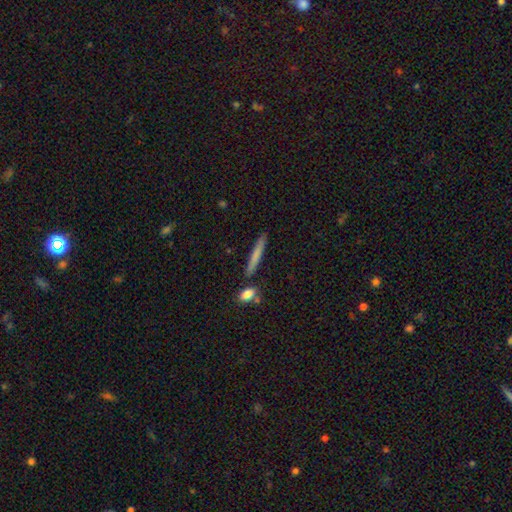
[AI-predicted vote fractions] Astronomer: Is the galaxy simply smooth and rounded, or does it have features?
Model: smooth — 70%.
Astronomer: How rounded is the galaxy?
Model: cigar-shaped — 94%.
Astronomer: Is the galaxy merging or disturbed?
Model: none — 84%.